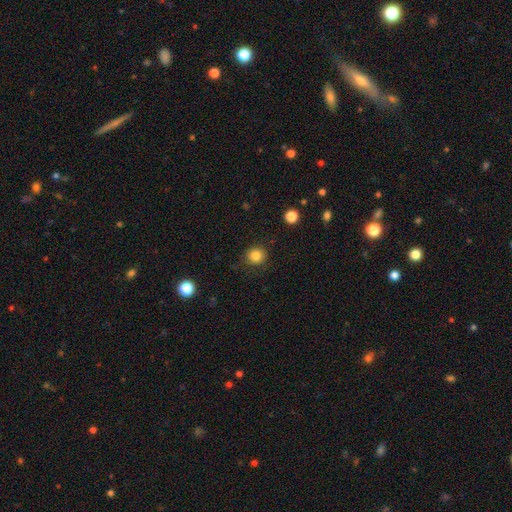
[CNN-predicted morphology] Smooth or featured? smooth (83%)
How rounded? round (92%)
Merging? none (86%)